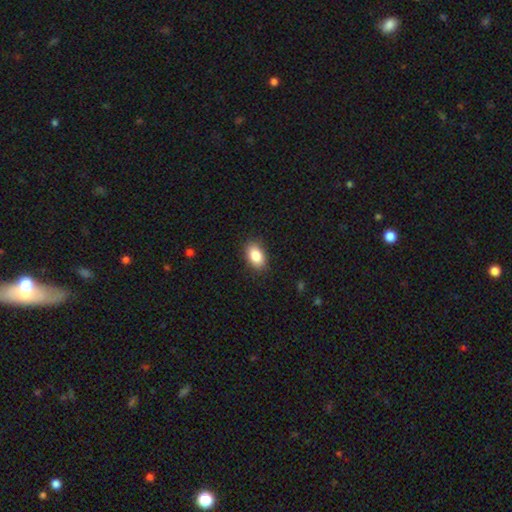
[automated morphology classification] smooth_or_featured: smooth (p=0.86) [alt: star or artifact p=0.08]
how_rounded: in between (p=0.90) [alt: round p=0.09]
merging: none (p=0.87) [alt: minor disturbance p=0.10]